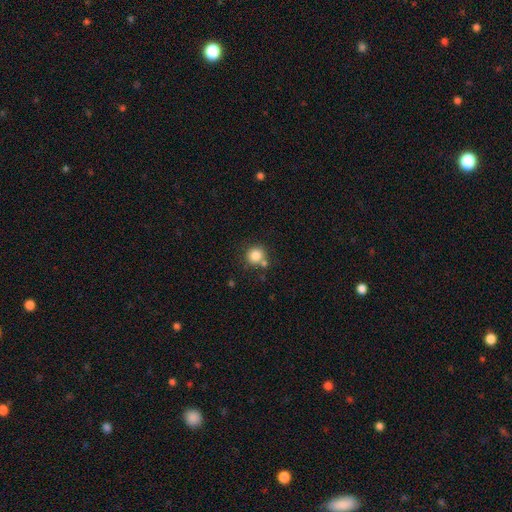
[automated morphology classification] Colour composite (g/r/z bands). It shows a smooth galaxy with no disk features (84%) that is round (90%). Merging: none (68%).